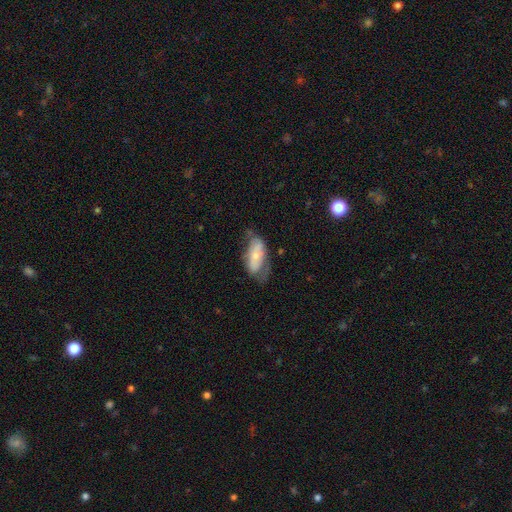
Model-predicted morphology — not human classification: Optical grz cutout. It shows a smooth galaxy with no disk features (51%) that is in between round and cigar-shaped (89%). Merging: none (40%).